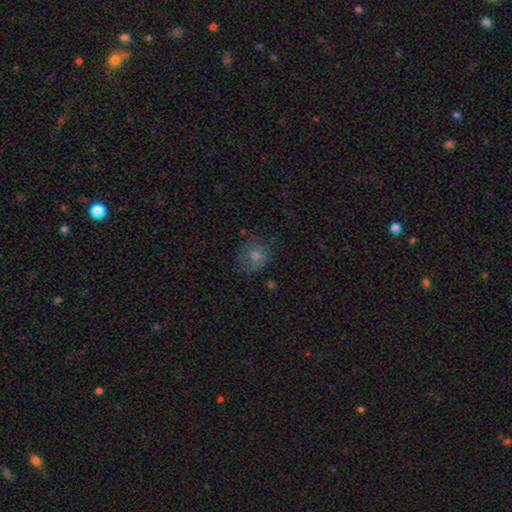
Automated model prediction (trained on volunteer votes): Overall: smooth (63%). How rounded: round (72%). Merging: none (65%).